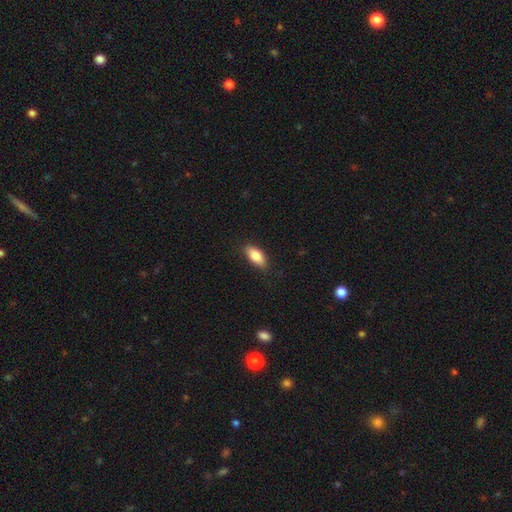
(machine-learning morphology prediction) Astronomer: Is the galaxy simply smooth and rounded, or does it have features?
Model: smooth — 81%.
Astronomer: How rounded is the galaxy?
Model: in between — 86%.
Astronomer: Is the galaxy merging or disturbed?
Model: none — 86%.